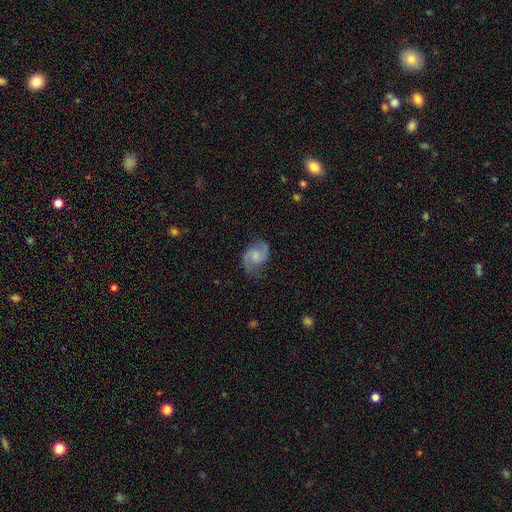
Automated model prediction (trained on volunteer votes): Morphology: type=featured or disk (79%); edge-on=no (98%); bar=no (48%); spiral arms=yes (96%); winding=medium (50%); arm count=2 (92%); bulge=small (40%); merging=none (75%).